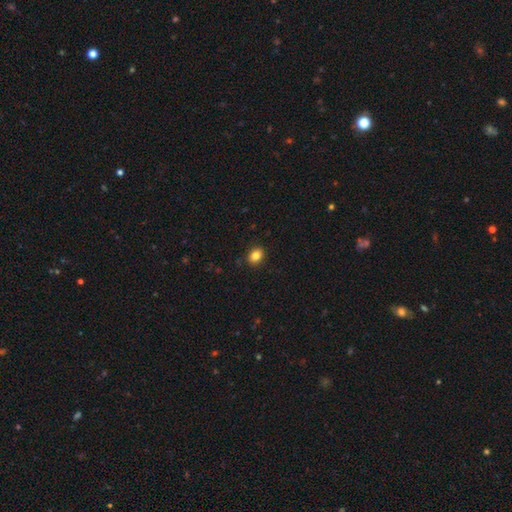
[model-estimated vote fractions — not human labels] This is clearly a smooth galaxy (84%). How rounded: possibly round (53%). Merging: clearly none (90%).